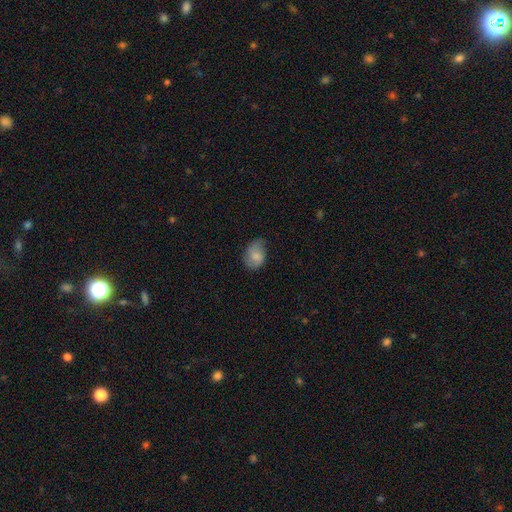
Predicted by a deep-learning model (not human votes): Q: Smooth or featured?
A: smooth (70%); runner-up: featured or disk (23%)
Q: How rounded?
A: in between (74%); runner-up: round (25%)
Q: Merging?
A: none (54%); runner-up: minor disturbance (34%)